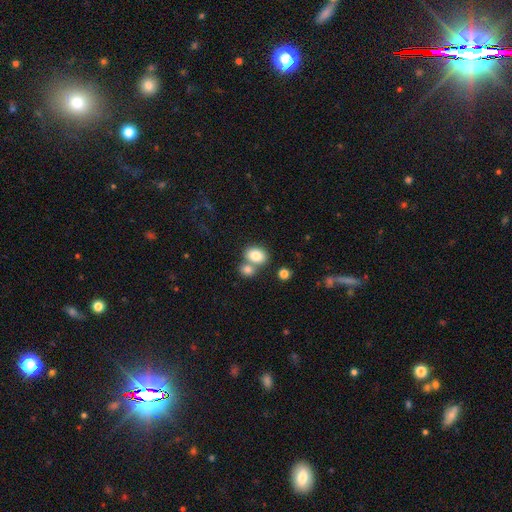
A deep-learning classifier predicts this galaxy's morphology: Q: Smooth or featured?
A: smooth (82%); runner-up: featured or disk (10%)
Q: How rounded?
A: in between (64%); runner-up: round (35%)
Q: Merging?
A: none (46%); runner-up: merger (41%)